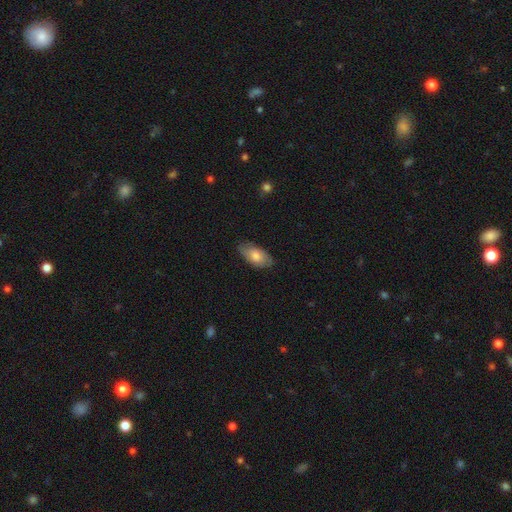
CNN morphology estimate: Smooth or featured?
  - smooth: 70% *
  - featured or disk: 23%
  - star or artifact: 6%
How rounded?
  - in between: 92% *
  - cigar-shaped: 4%
  - round: 3%
Merging?
  - none: 78% *
  - minor disturbance: 18%
  - major disturbance: 3%
  - merger: 1%